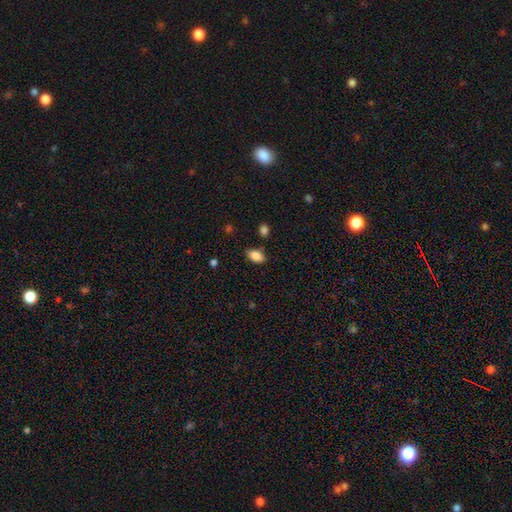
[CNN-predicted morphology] This appears to be a smooth galaxy with no disk features (87%) that is in between round and cigar-shaped (89%). Merging: none (81%).